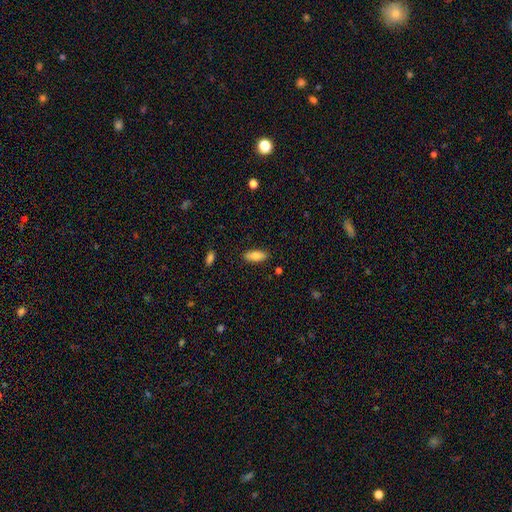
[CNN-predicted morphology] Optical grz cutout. It shows a smooth galaxy with no disk features (82%) that is in between round and cigar-shaped (78%). Merging: none (87%).